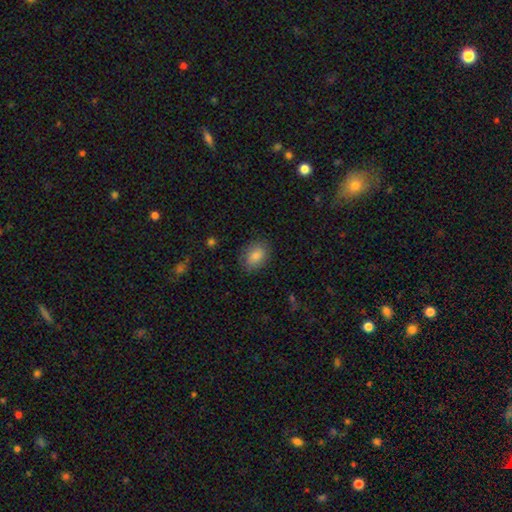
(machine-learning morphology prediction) type=smooth (84%); roundness=in between (74%); merging=none (85%).